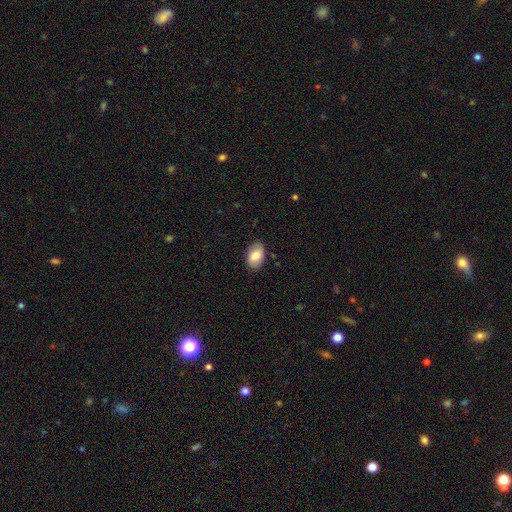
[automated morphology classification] This is likely a smooth galaxy (76%). How rounded: clearly in between (90%). Merging: clearly none (84%).